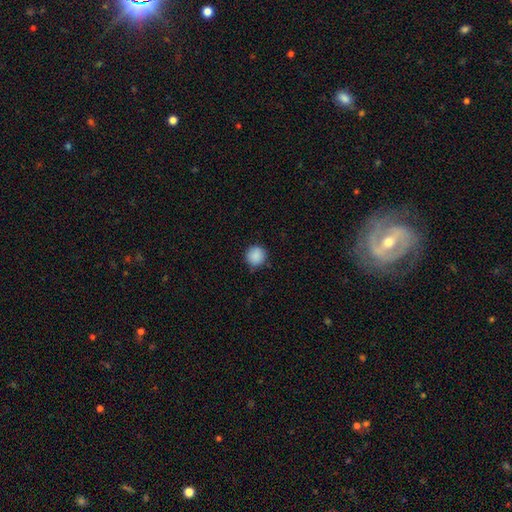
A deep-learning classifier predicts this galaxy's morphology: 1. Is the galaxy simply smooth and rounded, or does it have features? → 89% smooth, 8% star or artifact, 3% featured or disk.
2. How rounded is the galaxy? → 93% round, 6% in between, 1% cigar-shaped.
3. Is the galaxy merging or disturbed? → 86% none, 11% minor disturbance, 2% major disturbance, 1% merger.